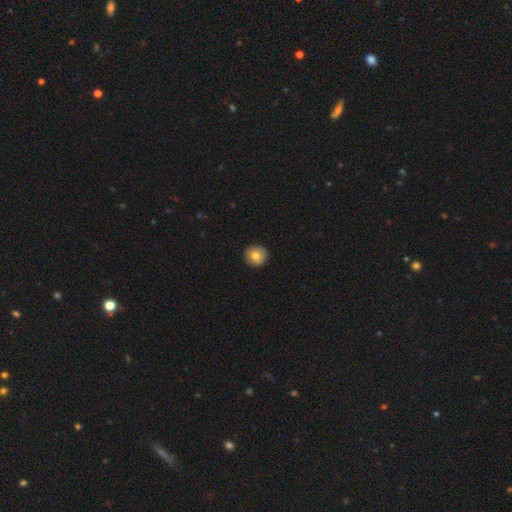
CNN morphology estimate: The model was most divided on "smooth or featured": smooth: 76%, featured or disk: 16%, star or artifact: 8%. More confident: how rounded — round (93%); merging — none (92%).